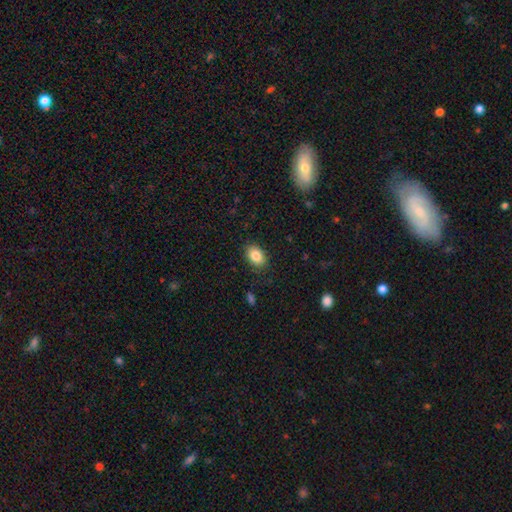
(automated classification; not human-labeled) This appears to be a smooth galaxy with no disk features (86%) that is in between round and cigar-shaped (82%). Merging: none (86%).